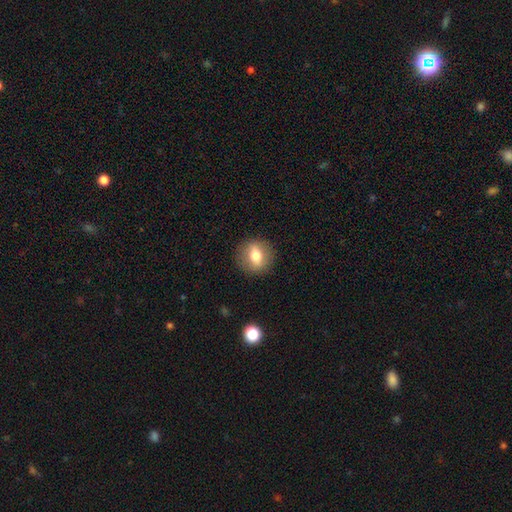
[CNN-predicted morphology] smooth-or-featured: smooth: 61% | featured or disk: 30% | star or artifact: 9%
  how-rounded: round: 73% | in between: 25% | cigar-shaped: 2%
  merging: none: 88% | minor disturbance: 8% | major disturbance: 3% | merger: 1%